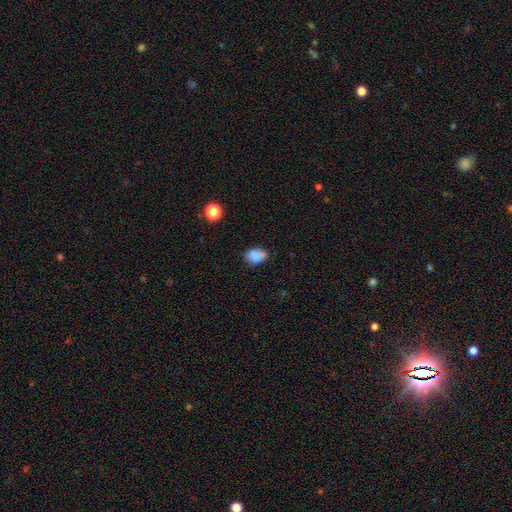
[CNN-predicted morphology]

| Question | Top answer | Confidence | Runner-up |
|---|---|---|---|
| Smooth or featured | smooth | 85% | star or artifact (10%) |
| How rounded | in between | 76% | round (22%) |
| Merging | none | 69% | minor disturbance (23%) |